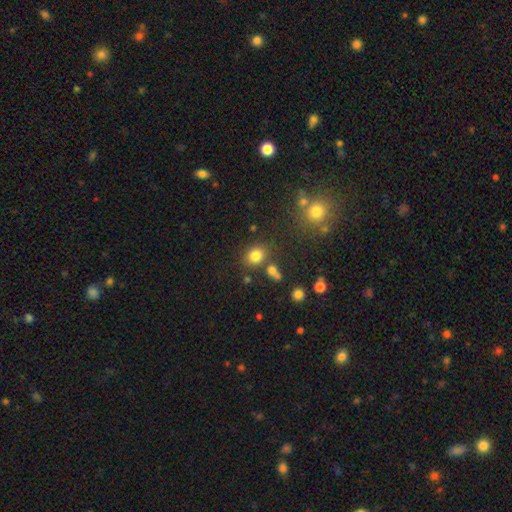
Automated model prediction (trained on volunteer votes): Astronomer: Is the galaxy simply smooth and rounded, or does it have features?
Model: smooth — 79%.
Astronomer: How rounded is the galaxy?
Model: round — 56% (runner-up: in between, 42%).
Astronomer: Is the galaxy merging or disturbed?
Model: none — 72%.